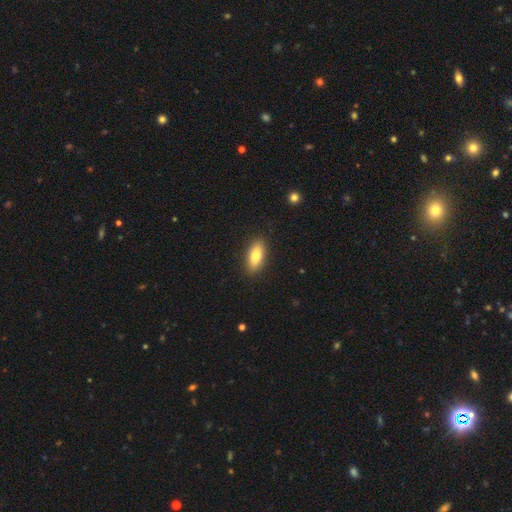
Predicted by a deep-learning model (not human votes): A smooth galaxy with no disk features (78%) that is in between round and cigar-shaped (81%).

Vote fractions:
- Smooth or featured? smooth: 78% / featured or disk: 16% / star or artifact: 7%
- How rounded? in between: 81% / cigar-shaped: 15% / round: 3%
- Merging? none: 88% / minor disturbance: 9% / major disturbance: 2% / merger: 1%